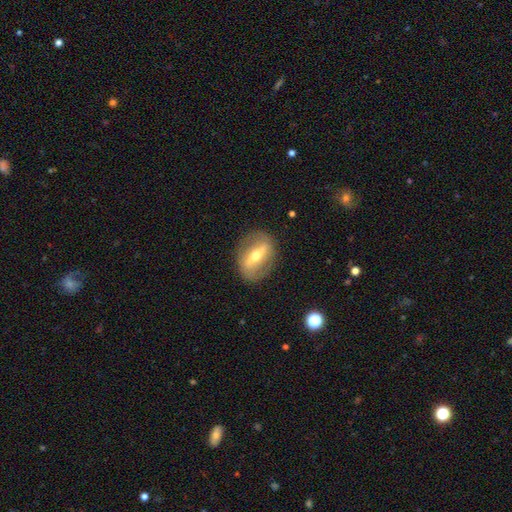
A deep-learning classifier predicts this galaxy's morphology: Smooth or featured? featured or disk (71%)
Edge-on disk? no (81%)
Bar? strong (68%)
Spiral arms? no (57%)
Bulge size? moderate (65%)
Merging? none (83%)